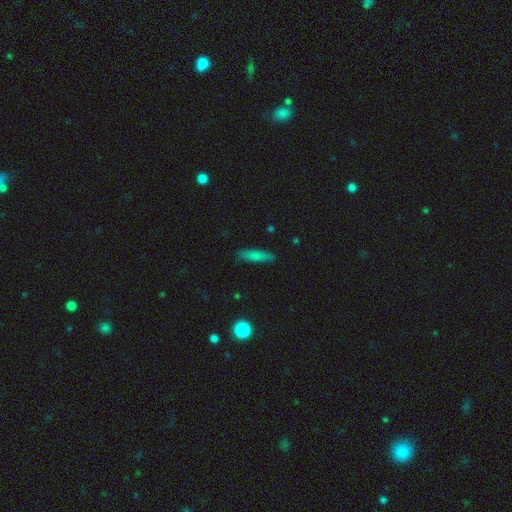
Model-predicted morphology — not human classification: smooth-or-featured: smooth: 78% | featured or disk: 15% | star or artifact: 8%
  how-rounded: cigar-shaped: 71% | in between: 26% | round: 2%
  merging: none: 84% | minor disturbance: 12% | major disturbance: 2% | merger: 1%